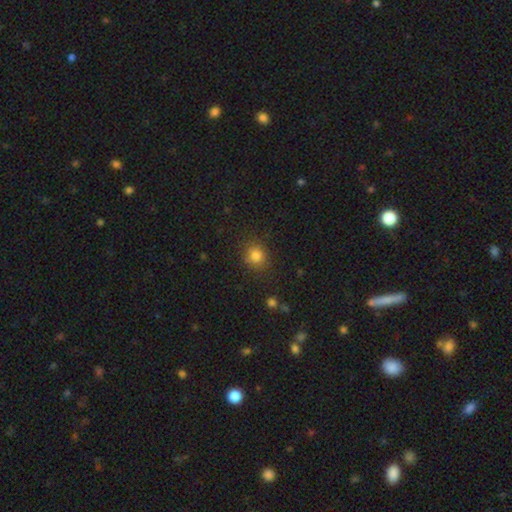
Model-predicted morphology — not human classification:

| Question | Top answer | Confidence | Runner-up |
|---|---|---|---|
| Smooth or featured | smooth | 83% | star or artifact (12%) |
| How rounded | round | 84% | in between (15%) |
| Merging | none | 85% | minor disturbance (10%) |